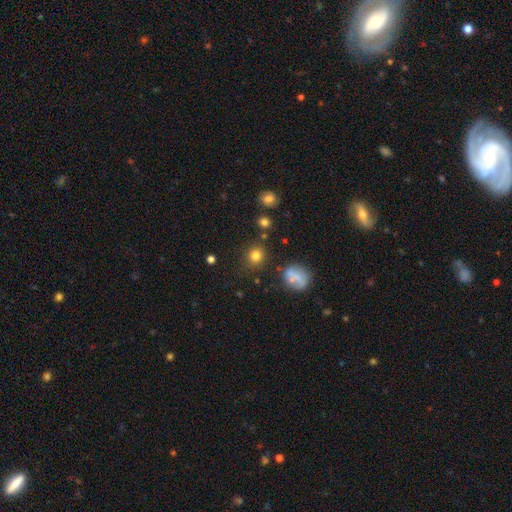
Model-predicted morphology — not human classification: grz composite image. It shows a smooth galaxy with no disk features (78%) that is round (84%). Merging: none (82%).